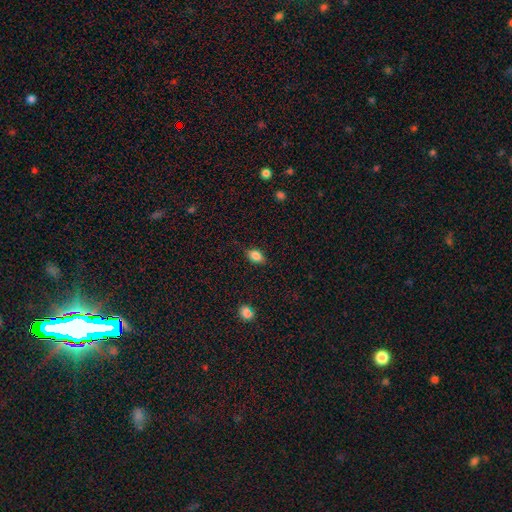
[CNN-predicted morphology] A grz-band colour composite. It shows a smooth galaxy with no disk features (82%) that is in between round and cigar-shaped (85%). Merging: none (84%).